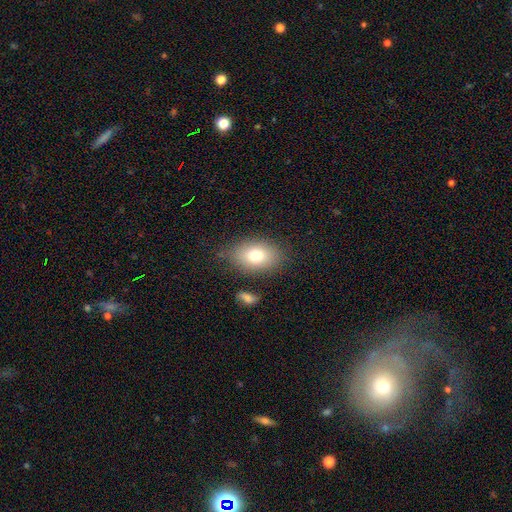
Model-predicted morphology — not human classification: type=smooth (76%); roundness=in between (82%); merging=none (78%).